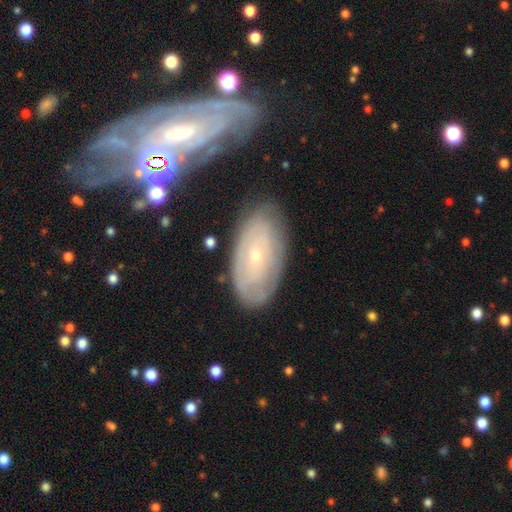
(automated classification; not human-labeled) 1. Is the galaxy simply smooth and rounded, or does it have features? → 62% featured or disk, 29% smooth, 9% star or artifact.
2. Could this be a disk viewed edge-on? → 90% no, 10% yes.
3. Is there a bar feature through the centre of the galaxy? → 78% no, 17% weak, 5% strong.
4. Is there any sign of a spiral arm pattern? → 66% yes, 34% no.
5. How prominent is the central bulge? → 78% small, 19% moderate, 1% none, 1% large, 1% dominant.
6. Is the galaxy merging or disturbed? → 75% none, 17% minor disturbance, 5% major disturbance, 3% merger.